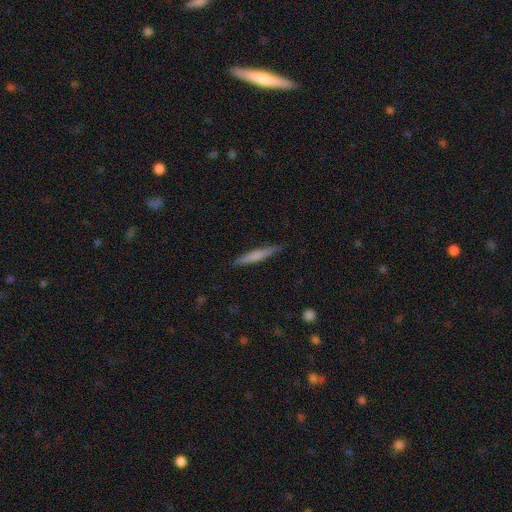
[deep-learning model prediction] This appears to be a smooth galaxy with no disk features (56%) that is cigar-shaped (94%). Merging: none (89%).